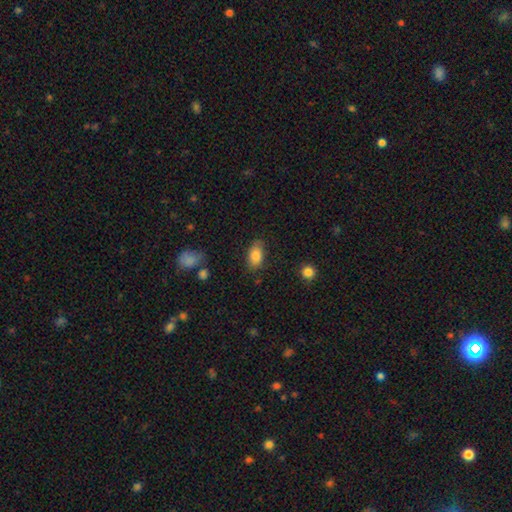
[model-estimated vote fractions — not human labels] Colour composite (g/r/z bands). It shows a smooth galaxy with no disk features (84%) that is in between round and cigar-shaped (91%). Merging: none (75%).